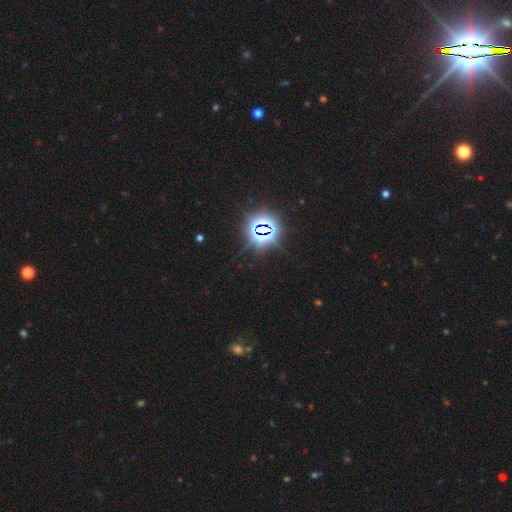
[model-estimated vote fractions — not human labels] Smooth or featured? star or artifact (81%)